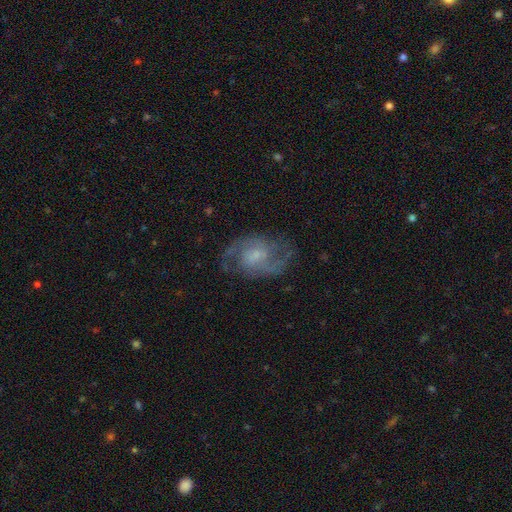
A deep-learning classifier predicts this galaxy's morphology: smooth-or-featured: featured or disk: 85% | smooth: 9% | star or artifact: 6%
  disk-edge-on: no: 97% | yes: 3%
    bar: weak: 50% | no: 40% | strong: 10%
    has-spiral-arms: yes: 96% | no: 4%
      spiral-winding: medium: 57% | loose: 22% | tight: 21%
      spiral-arm-count: 2: 86% | can't tell: 6% | 3: 3% | 1: 2% | 4: 1% | more than 4: 1%
    bulge-size: small: 51% | moderate: 28% | none: 15% | large: 5% | dominant: 1%
  merging: none: 74% | minor disturbance: 16% | major disturbance: 9% | merger: 1%